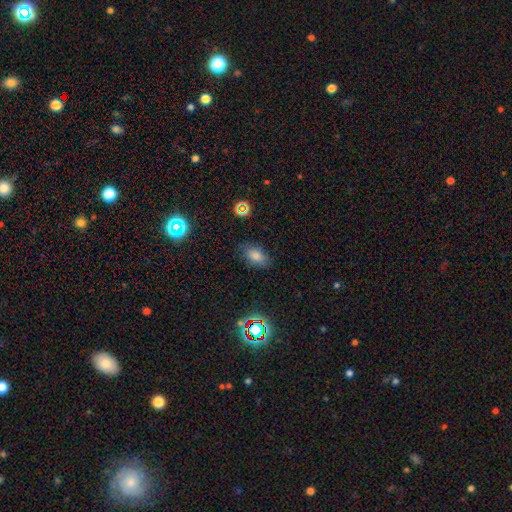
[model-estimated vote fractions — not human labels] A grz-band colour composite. It shows a smooth galaxy with no disk features (74%) that is in between round and cigar-shaped (89%). Merging: none (77%).